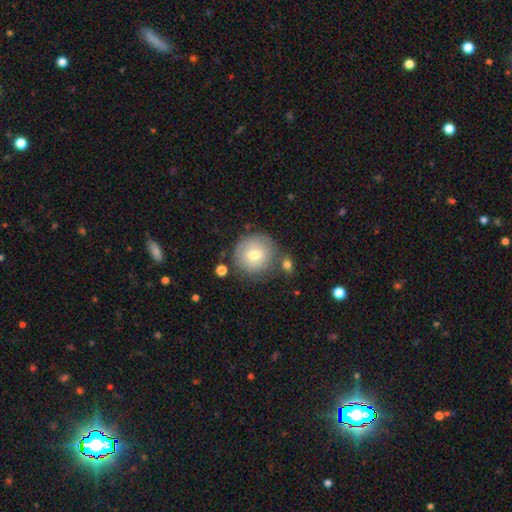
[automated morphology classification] smooth 62%, featured or disk 26%, star or artifact 12%. Down the decision tree: how rounded — round (94%); merging — none (78%).